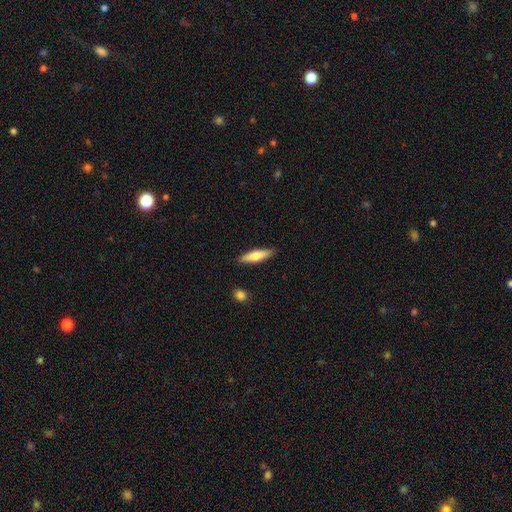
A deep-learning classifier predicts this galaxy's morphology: This is likely a smooth galaxy (64%). How rounded: likely cigar-shaped (67%). Merging: clearly none (89%).